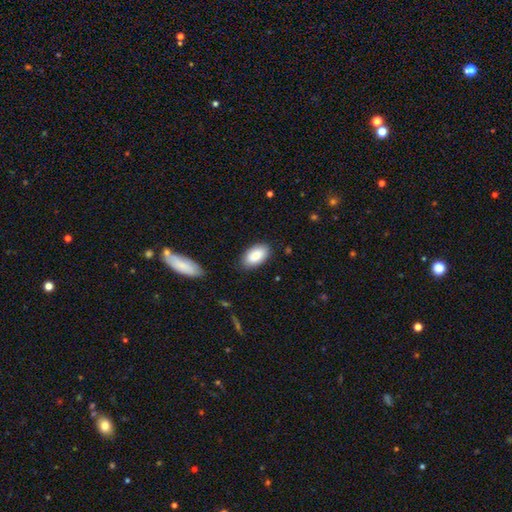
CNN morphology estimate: smooth_or_featured: smooth (p=0.85) [alt: featured or disk p=0.09]
how_rounded: in between (p=0.94) [alt: round p=0.04]
merging: none (p=0.84) [alt: minor disturbance p=0.12]